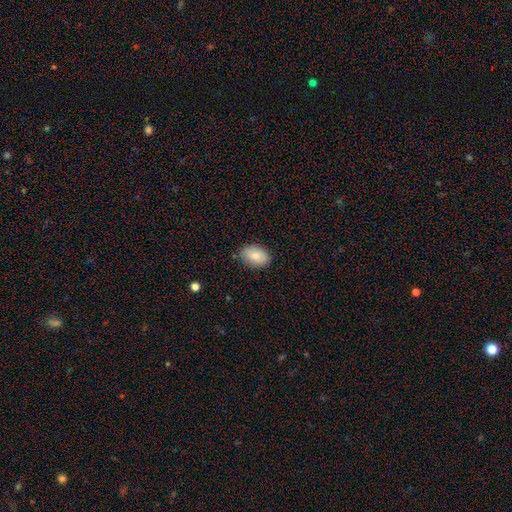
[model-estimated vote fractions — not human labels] smooth 82%, featured or disk 11%, star or artifact 7%. Down the decision tree: how rounded — in between (87%); merging — none (83%).